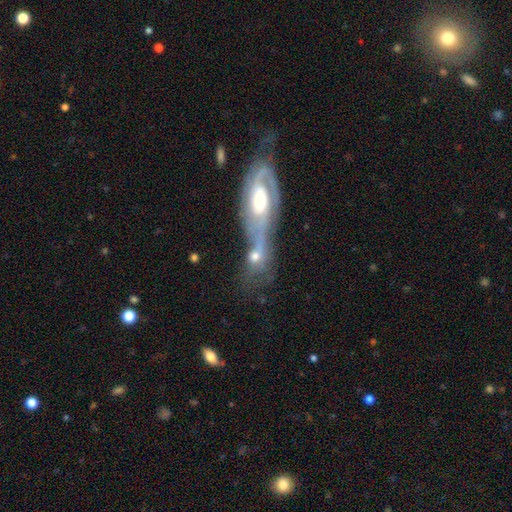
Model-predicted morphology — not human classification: smooth_or_featured: smooth (p=0.49) [alt: featured or disk p=0.39]
merging: merger (p=0.65) [alt: major disturbance p=0.14]